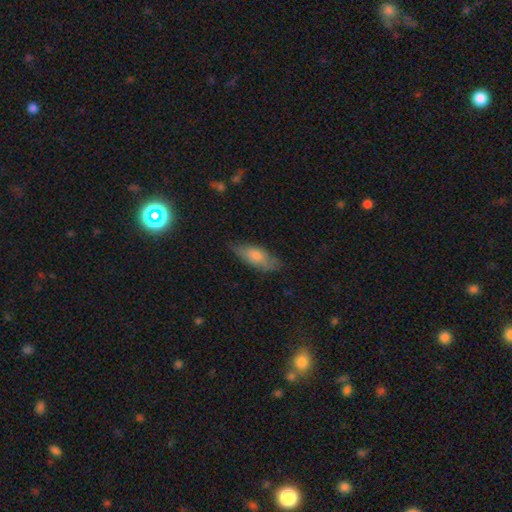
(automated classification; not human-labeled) Overall: smooth (65%; featured or disk 27%). How rounded: in between (68%; cigar-shaped 29%). Merging: none (73%).